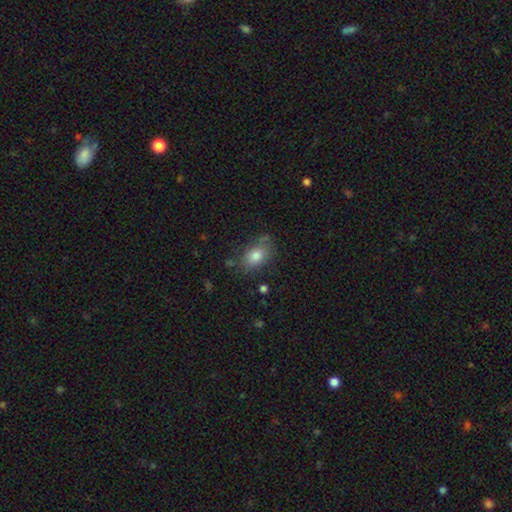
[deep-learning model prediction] Q: Smooth or featured?
A: smooth (80%); runner-up: featured or disk (11%)
Q: How rounded?
A: in between (83%); runner-up: round (15%)
Q: Merging?
A: none (71%); runner-up: minor disturbance (19%)